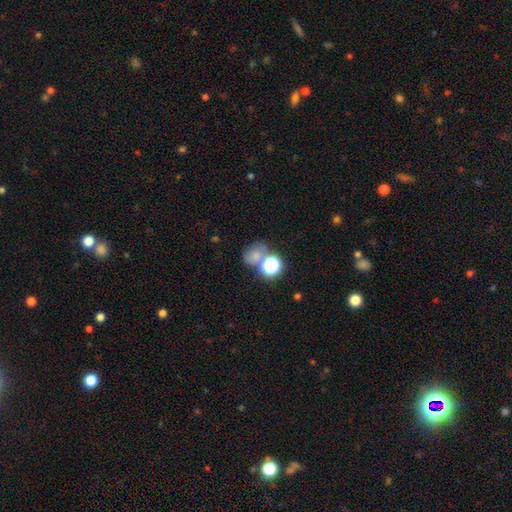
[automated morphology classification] A smooth galaxy with no disk features (63%) that is round (61%).

Vote fractions:
- Smooth or featured? smooth: 63% / star or artifact: 24% / featured or disk: 13%
- How rounded? round: 61% / in between: 38% / cigar-shaped: 1%
- Merging? none: 43% / merger: 34% / minor disturbance: 13% / major disturbance: 10%